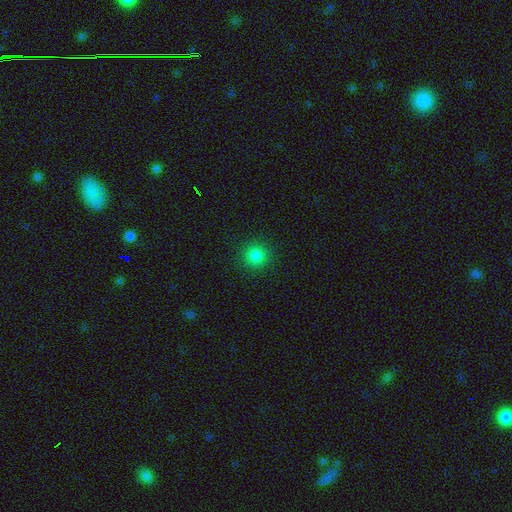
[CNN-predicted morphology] smooth 84%, star or artifact 13%, featured or disk 3%. Down the decision tree: how rounded — round (94%); merging — none (91%).